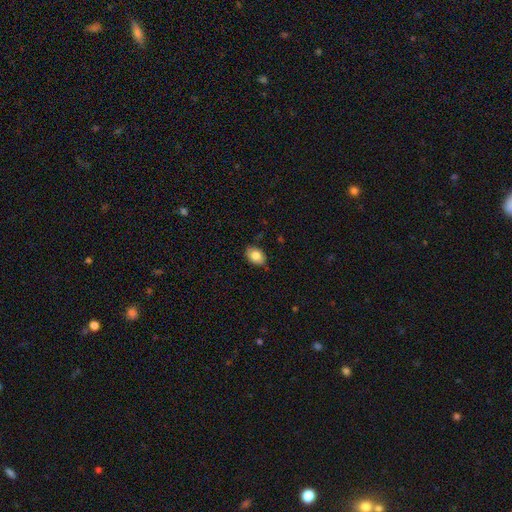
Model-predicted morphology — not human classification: Overall: smooth (82%). How rounded: in between (80%). Merging: none (84%).